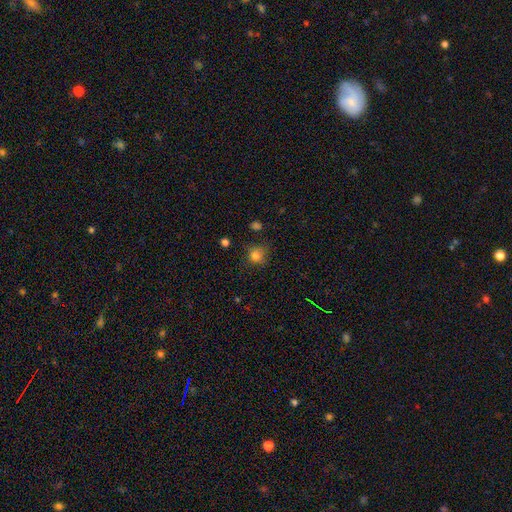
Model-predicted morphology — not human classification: smooth-or-featured: smooth: 78% | star or artifact: 15% | featured or disk: 7%
  how-rounded: round: 82% | in between: 17% | cigar-shaped: 1%
  merging: none: 72% | minor disturbance: 19% | major disturbance: 6% | merger: 3%